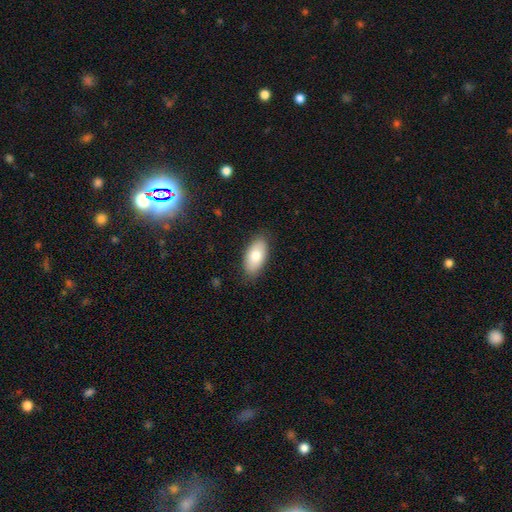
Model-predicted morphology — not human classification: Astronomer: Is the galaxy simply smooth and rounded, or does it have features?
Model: smooth — 76%.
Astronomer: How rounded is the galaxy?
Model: in between — 93%.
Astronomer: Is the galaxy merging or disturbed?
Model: none — 84%.